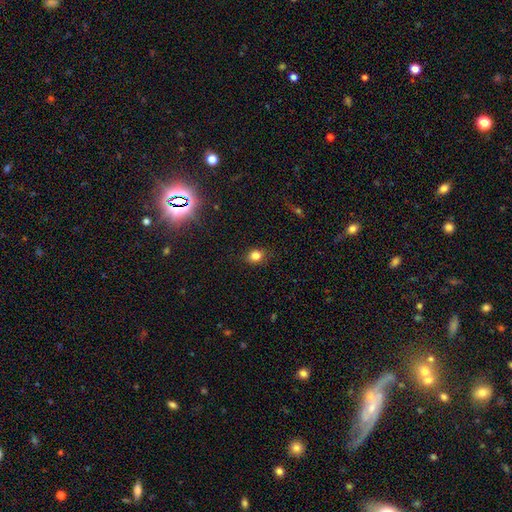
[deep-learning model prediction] Smooth or featured: smooth — 80% (star or artifact — 14%)
How rounded: round — 56% (in between — 43%)
Merging: none — 85% (minor disturbance — 11%)